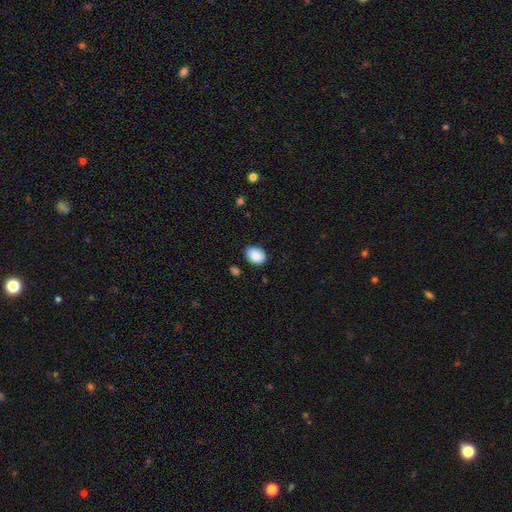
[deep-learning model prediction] smooth 89%, star or artifact 7%, featured or disk 4%. Down the decision tree: how rounded — in between (81%); merging — none (84%).